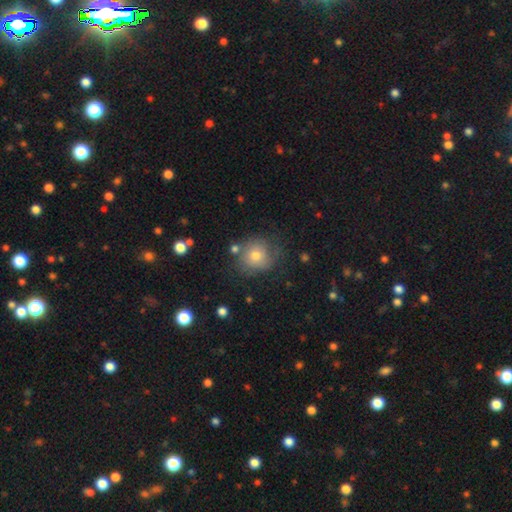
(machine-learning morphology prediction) Q: Smooth or featured?
A: smooth (68%); runner-up: featured or disk (20%)
Q: How rounded?
A: round (86%); runner-up: in between (13%)
Q: Merging?
A: none (67%); runner-up: minor disturbance (20%)